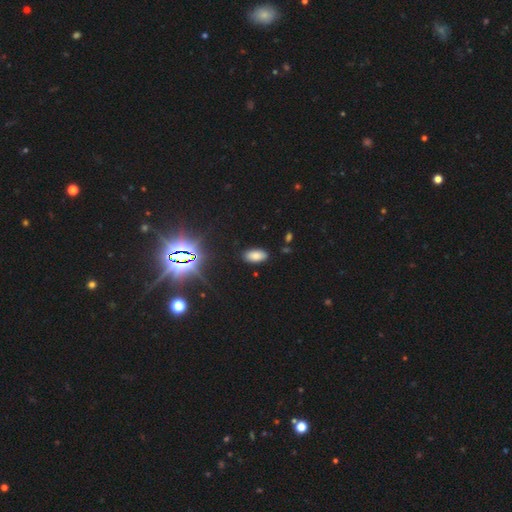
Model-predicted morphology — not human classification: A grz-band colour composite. It shows a smooth galaxy with no disk features (76%) that is in between round and cigar-shaped (93%). Merging: none (87%).